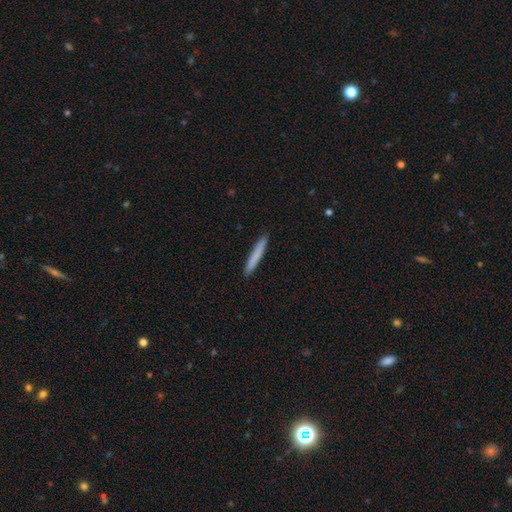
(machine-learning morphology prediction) type=smooth (78%); roundness=cigar-shaped (96%); merging=none (92%).